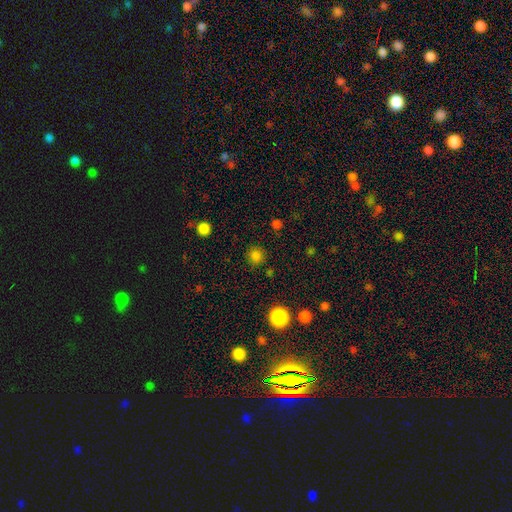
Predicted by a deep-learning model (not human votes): The model was most divided on "smooth or featured": smooth: 81%, star or artifact: 15%, featured or disk: 4%. More confident: how rounded — round (91%); merging — none (88%).